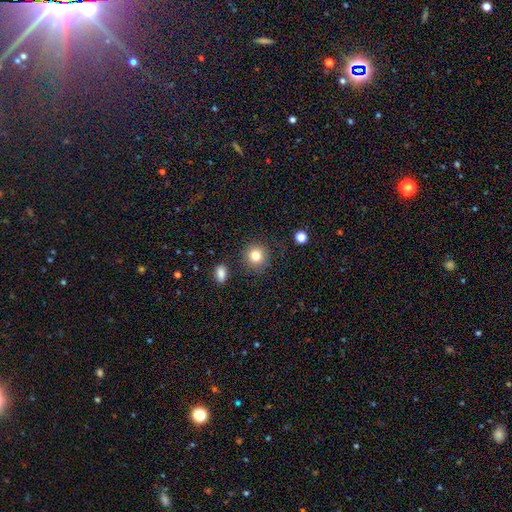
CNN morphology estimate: The model was most divided on "smooth or featured": smooth: 82%, star or artifact: 11%, featured or disk: 7%. More confident: how rounded — round (90%); merging — none (86%).